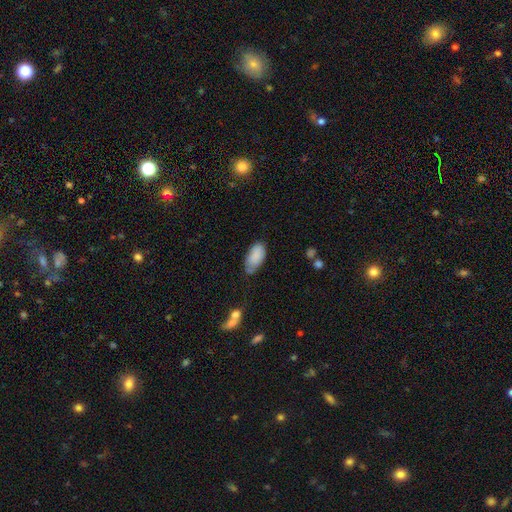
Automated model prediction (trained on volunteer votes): Overall: smooth (85%). How rounded: in between (94%). Merging: none (59%; minor disturbance 31%).